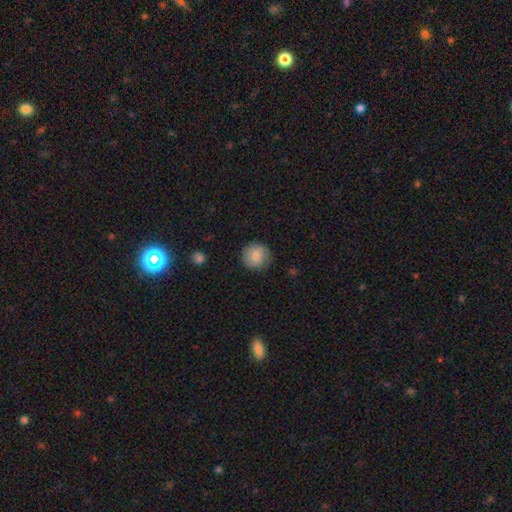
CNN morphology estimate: The model was most divided on "merging": none: 85%, minor disturbance: 11%, major disturbance: 3%, merger: 1%. More confident: how rounded — round (93%); smooth or featured — smooth (84%).